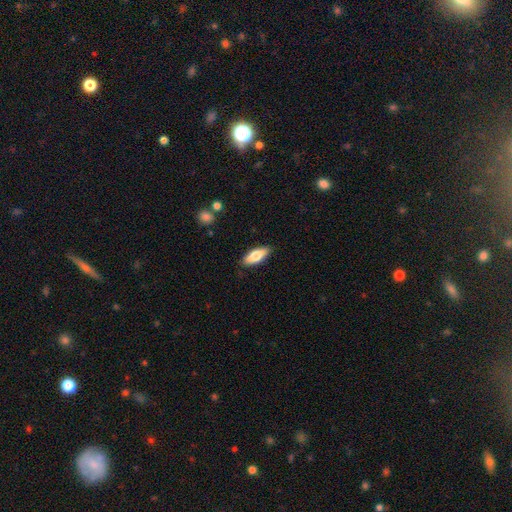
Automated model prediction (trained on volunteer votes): Smooth or featured?
  - smooth: 74% *
  - featured or disk: 19%
  - star or artifact: 6%
How rounded?
  - in between: 73% *
  - cigar-shaped: 24%
  - round: 2%
Merging?
  - none: 87% *
  - minor disturbance: 10%
  - major disturbance: 2%
  - merger: 1%